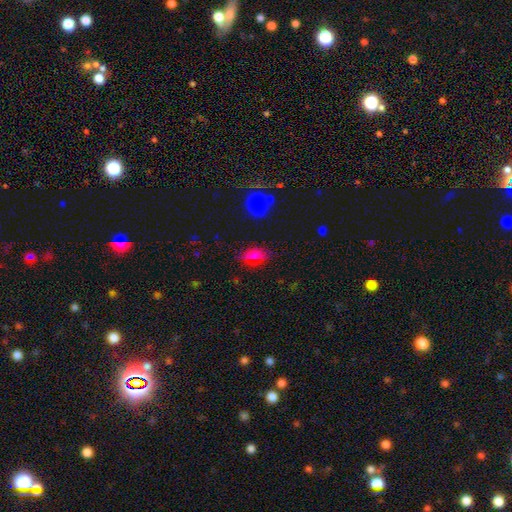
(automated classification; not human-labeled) Smooth or featured?
  - smooth: 70% *
  - star or artifact: 21%
  - featured or disk: 9%
How rounded?
  - in between: 80% *
  - round: 11%
  - cigar-shaped: 9%
Merging?
  - none: 77% *
  - minor disturbance: 15%
  - major disturbance: 5%
  - merger: 3%